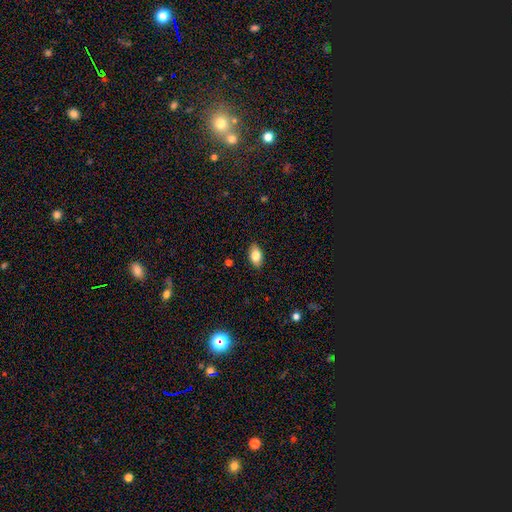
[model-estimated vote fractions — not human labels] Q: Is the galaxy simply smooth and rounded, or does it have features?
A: smooth — 81%.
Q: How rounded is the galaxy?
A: in between — 90%.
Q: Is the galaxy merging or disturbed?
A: none — 88%.